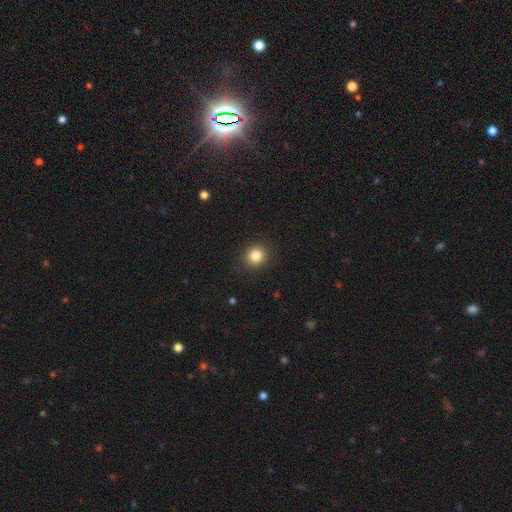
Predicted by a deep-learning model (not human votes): Smooth or featured: smooth — 84% (star or artifact — 11%)
How rounded: round — 87% (in between — 12%)
Merging: none — 90% (minor disturbance — 7%)